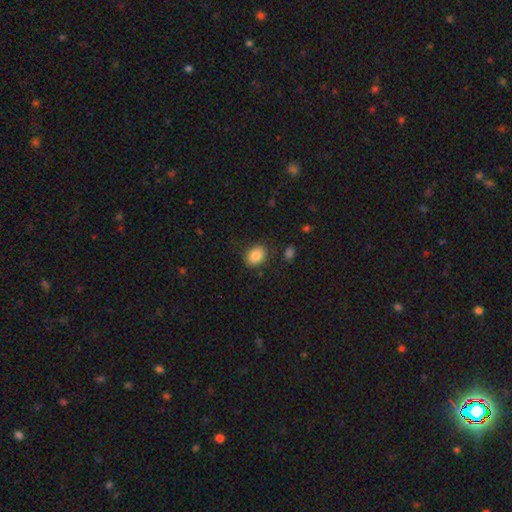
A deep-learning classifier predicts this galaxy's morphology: Smooth or featured: smooth — 85% (star or artifact — 9%)
How rounded: in between — 65% (round — 34%)
Merging: none — 80% (minor disturbance — 14%)